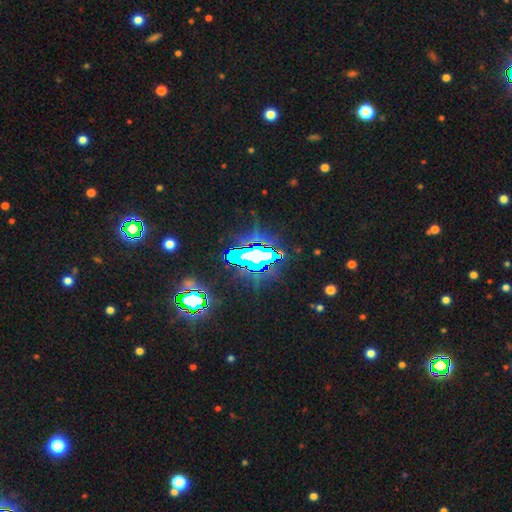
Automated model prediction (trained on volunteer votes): smooth_or_featured: star or artifact (p=0.72) [alt: featured or disk p=0.16]